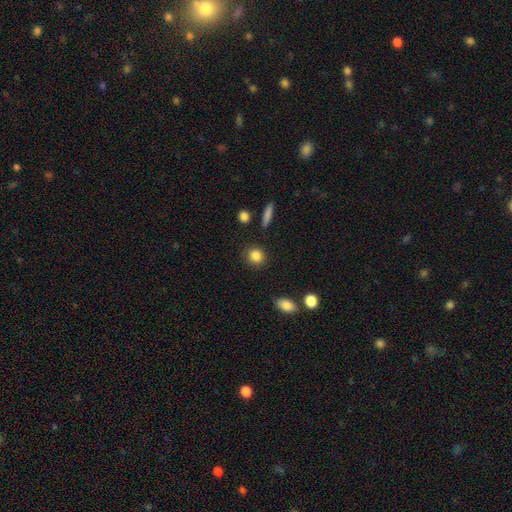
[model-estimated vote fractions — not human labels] Smooth or featured: smooth — 86% (star or artifact — 9%)
How rounded: round — 82% (in between — 16%)
Merging: none — 89% (minor disturbance — 7%)